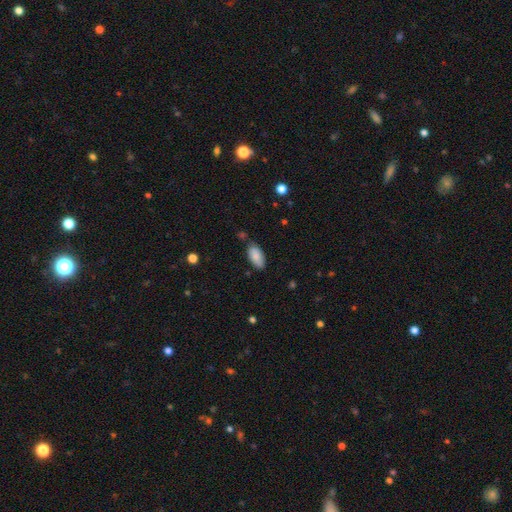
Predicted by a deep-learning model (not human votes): smooth-or-featured: smooth: 86% | featured or disk: 7% | star or artifact: 7%
  how-rounded: in between: 92% | cigar-shaped: 6% | round: 2%
  merging: none: 75% | minor disturbance: 18% | merger: 4% | major disturbance: 3%